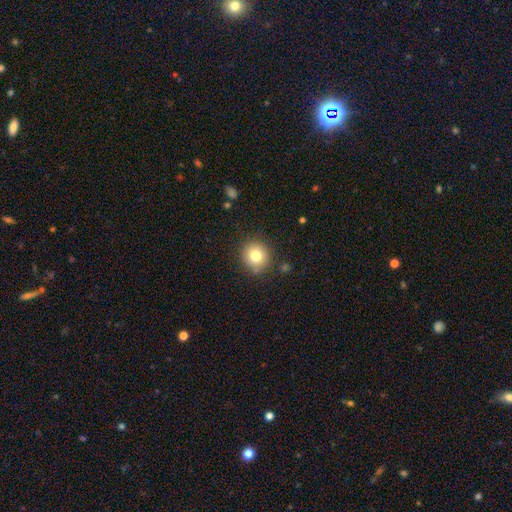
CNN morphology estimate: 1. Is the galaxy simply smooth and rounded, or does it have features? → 79% smooth, 11% star or artifact, 10% featured or disk.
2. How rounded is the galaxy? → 91% round, 8% in between, 1% cigar-shaped.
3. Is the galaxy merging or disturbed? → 86% none, 9% minor disturbance, 3% major disturbance, 2% merger.